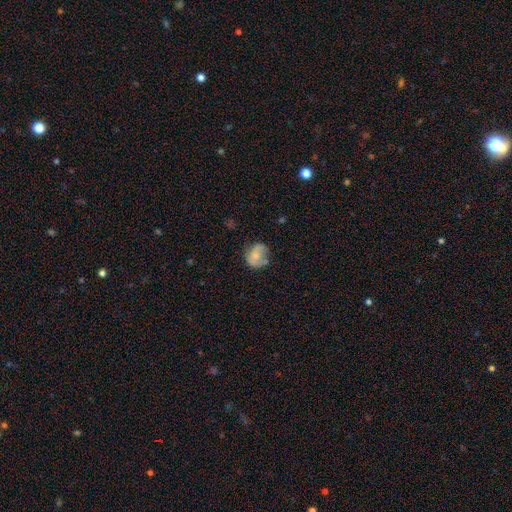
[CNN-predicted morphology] This is possibly a smooth galaxy (58%). How rounded: likely round (64%). Merging: possibly none (52%).